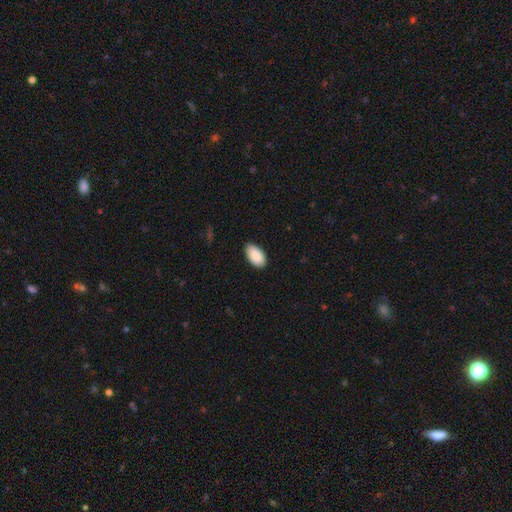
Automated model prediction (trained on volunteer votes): The model was most divided on "merging": none: 88%, minor disturbance: 10%, major disturbance: 2%, merger: 1%. More confident: how rounded — in between (96%); smooth or featured — smooth (90%).